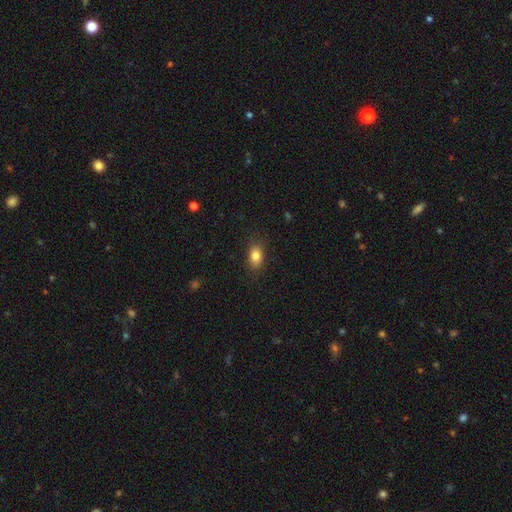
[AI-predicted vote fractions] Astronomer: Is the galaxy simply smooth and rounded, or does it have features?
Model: smooth — 84%.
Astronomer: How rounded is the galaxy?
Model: in between — 79%.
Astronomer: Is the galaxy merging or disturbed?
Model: none — 83%.